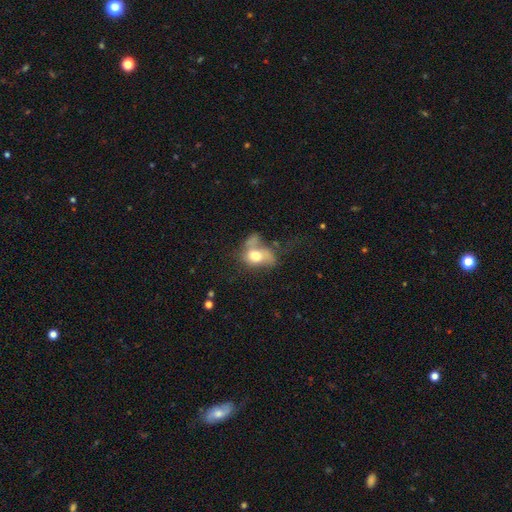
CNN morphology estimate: smooth_or_featured: smooth (p=0.61) [alt: featured or disk p=0.29]
how_rounded: in between (p=0.71) [alt: round p=0.27]
merging: major disturbance (p=0.33) [alt: merger p=0.26]